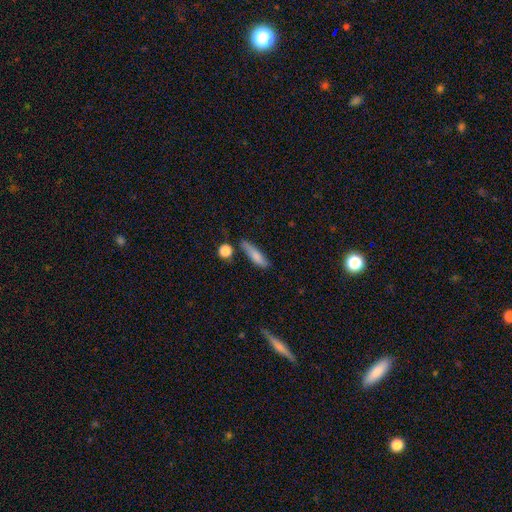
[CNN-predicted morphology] Smooth or featured?
  - smooth: 78% *
  - featured or disk: 15%
  - star or artifact: 7%
How rounded?
  - cigar-shaped: 64% *
  - in between: 33%
  - round: 3%
Merging?
  - none: 66% *
  - minor disturbance: 21%
  - merger: 7%
  - major disturbance: 6%